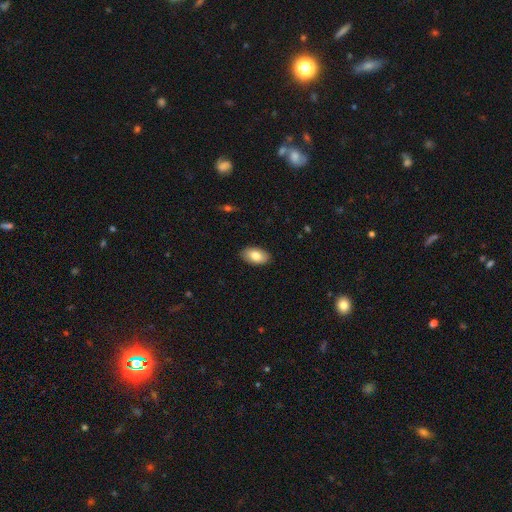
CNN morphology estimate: A smooth galaxy with no disk features (82%) that is in between round and cigar-shaped (94%).

Vote fractions:
- Smooth or featured? smooth: 82% / featured or disk: 11% / star or artifact: 6%
- How rounded? in between: 94% / round: 5% / cigar-shaped: 1%
- Merging? none: 89% / minor disturbance: 8% / major disturbance: 2% / merger: 1%